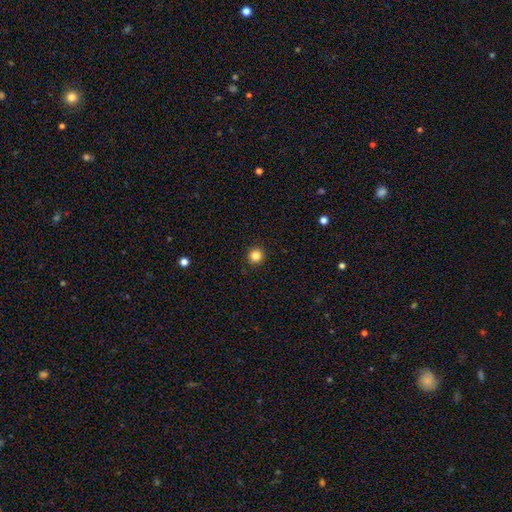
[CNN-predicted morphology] A smooth galaxy with no disk features (85%) that is round (94%).

Vote fractions:
- Smooth or featured? smooth: 85% / star or artifact: 11% / featured or disk: 4%
- How rounded? round: 94% / in between: 5% / cigar-shaped: 1%
- Merging? none: 93% / minor disturbance: 5% / major disturbance: 2% / merger: 1%